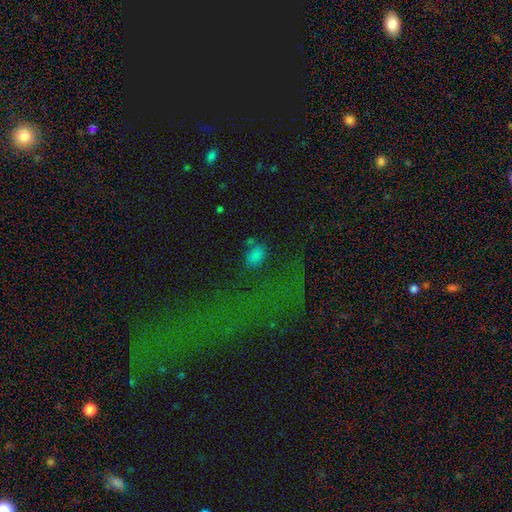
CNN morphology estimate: Smooth or featured?
  - smooth: 73% *
  - star or artifact: 19%
  - featured or disk: 7%
How rounded?
  - in between: 87% *
  - round: 11%
  - cigar-shaped: 2%
Merging?
  - none: 62% *
  - minor disturbance: 18%
  - major disturbance: 10%
  - merger: 10%